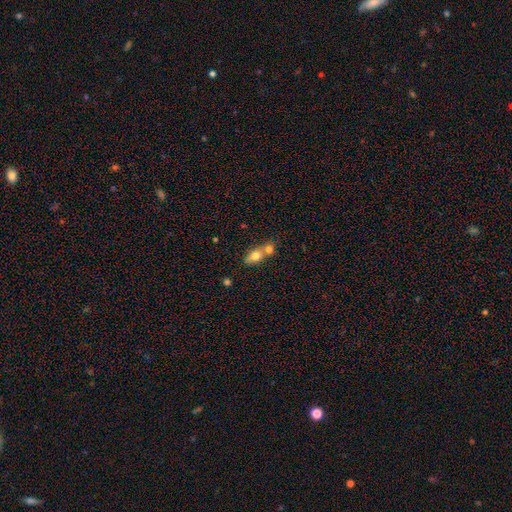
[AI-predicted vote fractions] The model was most divided on "merging": merger: 61%, none: 28%, minor disturbance: 8%, major disturbance: 3%. More confident: smooth or featured — smooth (73%); how rounded — in between (67%).